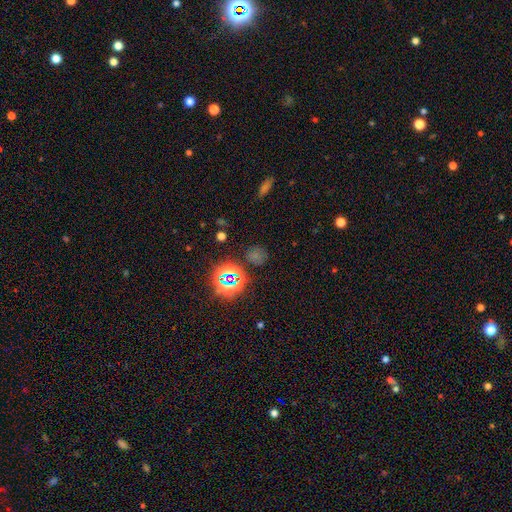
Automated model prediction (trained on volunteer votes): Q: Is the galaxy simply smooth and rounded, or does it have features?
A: smooth — 47%.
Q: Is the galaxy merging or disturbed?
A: none — 77%.